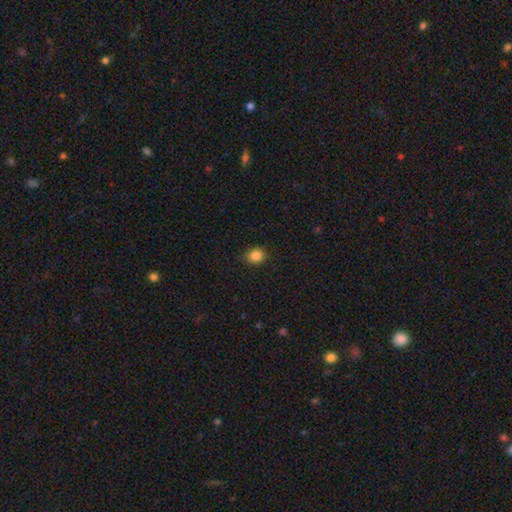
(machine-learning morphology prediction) type=smooth (85%); roundness=round (80%); merging=none (88%).